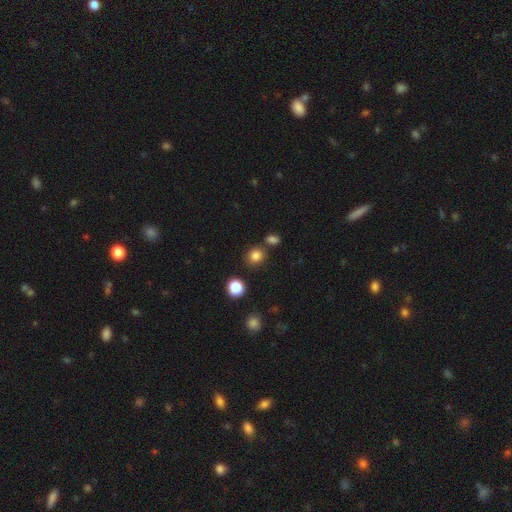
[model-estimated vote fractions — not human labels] Smooth or featured? smooth (82%)
How rounded? round (79%)
Merging? none (79%)